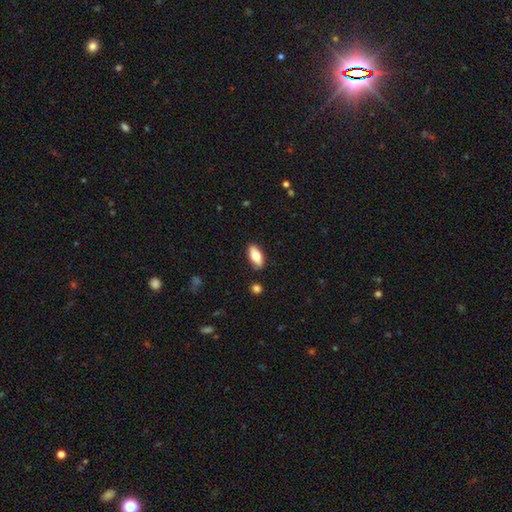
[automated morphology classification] smooth 71%, featured or disk 23%, star or artifact 6%. Down the decision tree: how rounded — in between (84%); merging — none (87%).